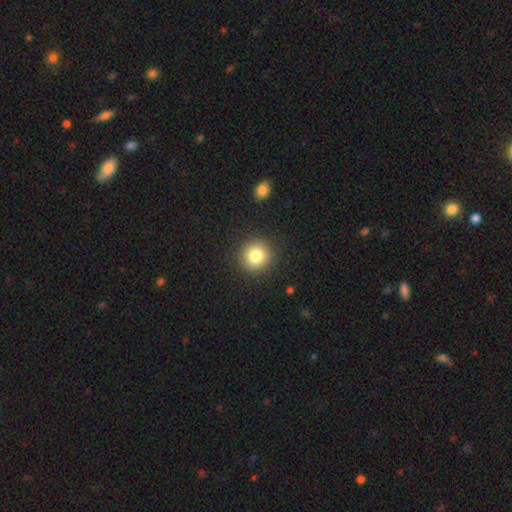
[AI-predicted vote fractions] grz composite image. It shows a smooth galaxy with no disk features (81%) that is round (93%). Merging: none (91%).